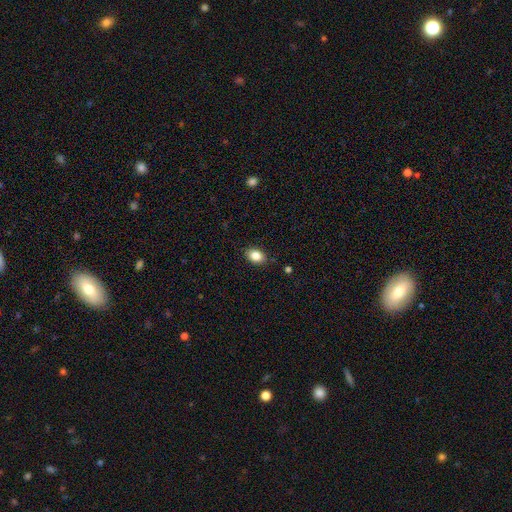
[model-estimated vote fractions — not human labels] Morphology: type=smooth (85%); roundness=in between (77%); merging=none (87%).